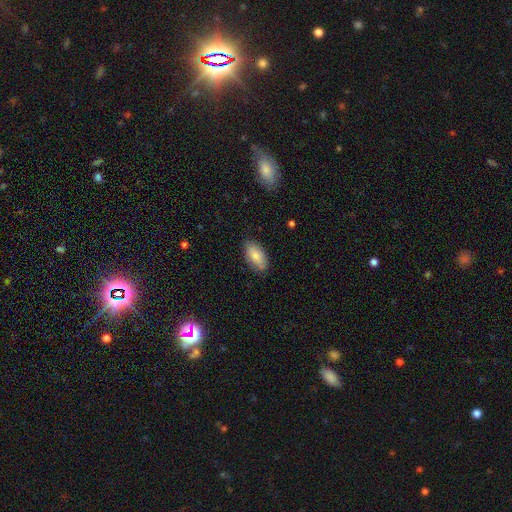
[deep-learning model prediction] Overall: smooth (79%). How rounded: in between (92%). Merging: none (80%).